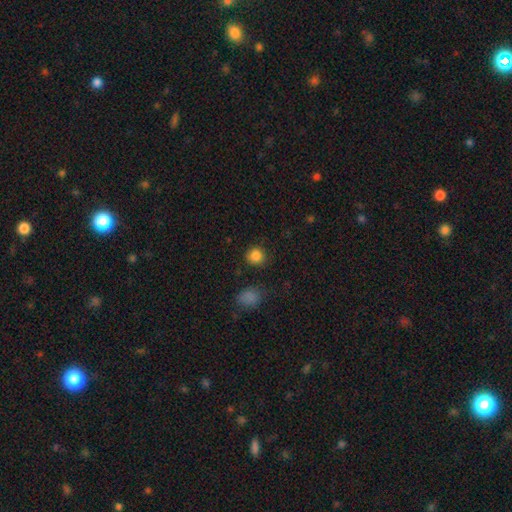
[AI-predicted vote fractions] Morphology: type=smooth (85%); roundness=round (87%); merging=none (85%).